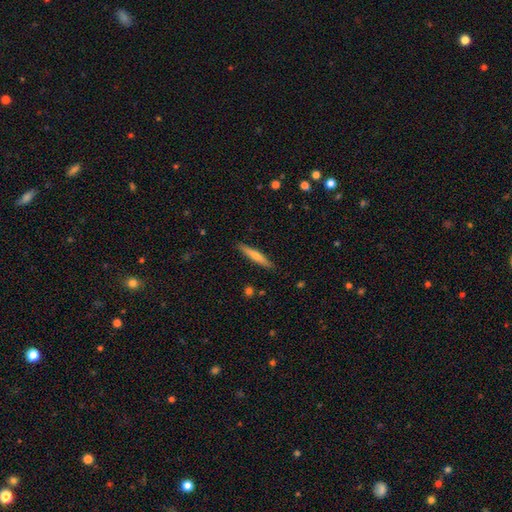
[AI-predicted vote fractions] Smooth or featured? Predicted: smooth (p=0.59). How rounded? Predicted: cigar-shaped (p=0.93). Merging? Predicted: none (p=0.90).